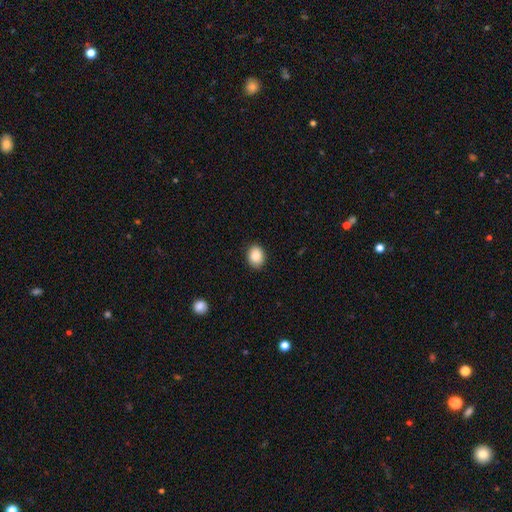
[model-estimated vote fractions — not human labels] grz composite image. It shows a smooth galaxy with no disk features (86%) that is in between round and cigar-shaped (59%). Merging: none (90%).